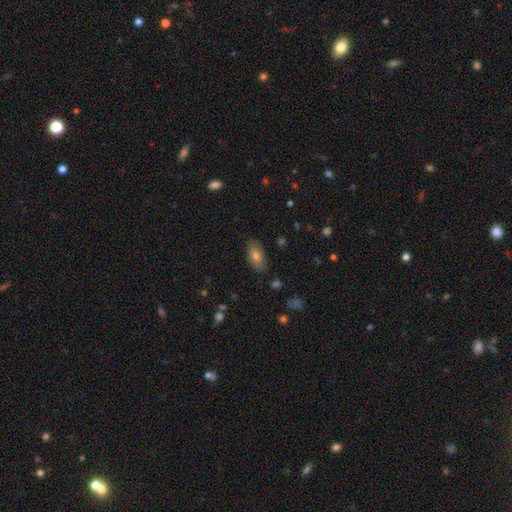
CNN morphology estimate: This appears to be a smooth galaxy with no disk features (73%) that is in between round and cigar-shaped (90%). Merging: none (84%).